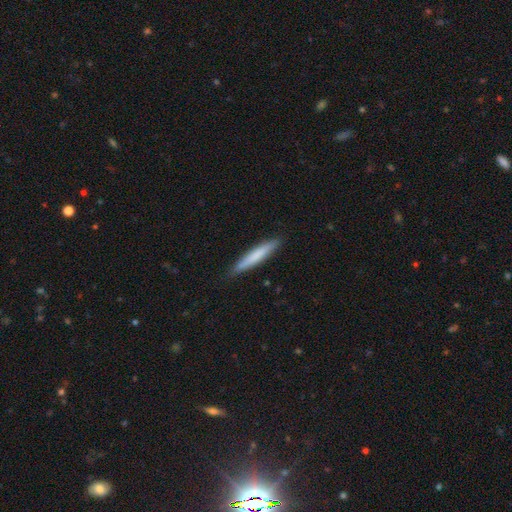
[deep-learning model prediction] Smooth or featured: smooth — 73% (featured or disk — 22%)
How rounded: cigar-shaped — 94% (in between — 5%)
Merging: none — 88% (minor disturbance — 9%)